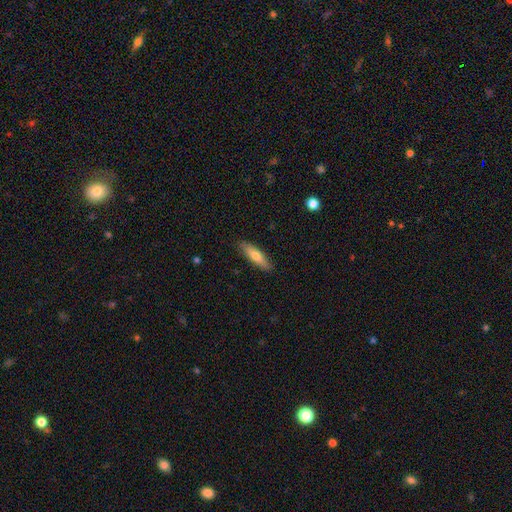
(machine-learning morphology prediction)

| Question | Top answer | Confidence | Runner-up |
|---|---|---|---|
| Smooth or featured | smooth | 67% | featured or disk (28%) |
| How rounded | cigar-shaped | 69% | in between (29%) |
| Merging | none | 88% | minor disturbance (9%) |